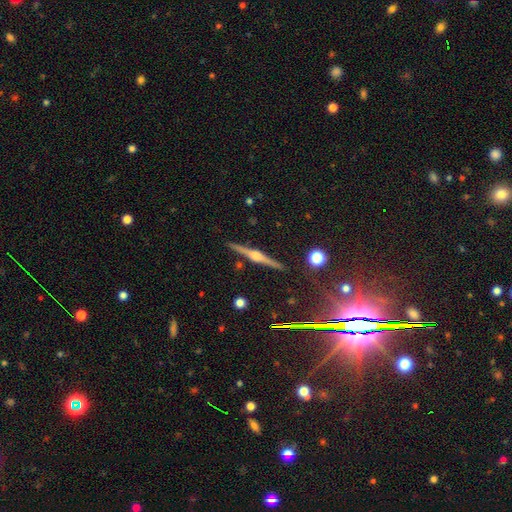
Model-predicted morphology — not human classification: The model was most divided on "smooth or featured": featured or disk: 82%, smooth: 10%, star or artifact: 8%. More confident: edge-on disk — yes (98%); merging — none (91%); edge-on bulge — rounded (86%).